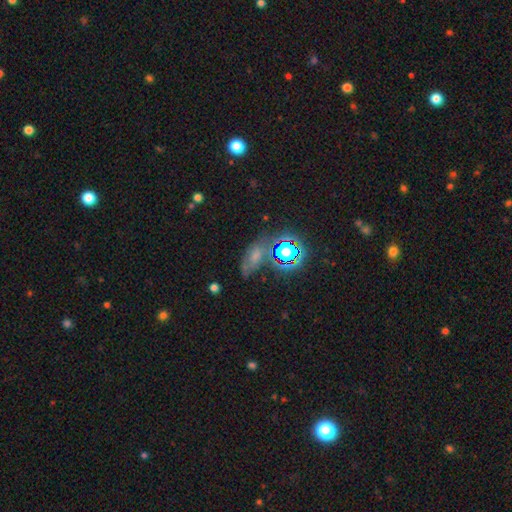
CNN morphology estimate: smooth_or_featured: smooth (p=0.46) [alt: star or artifact p=0.33]
merging: none (p=0.53) [alt: minor disturbance p=0.24]